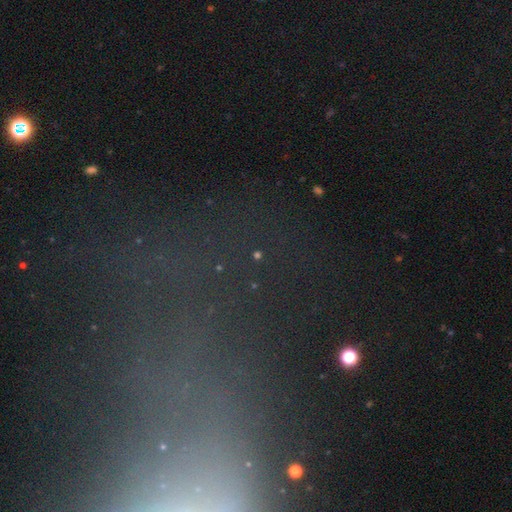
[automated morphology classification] star or artifact 61%, smooth 22%, featured or disk 18%.